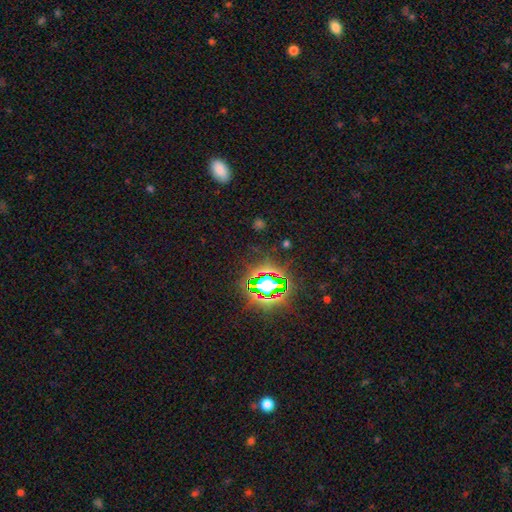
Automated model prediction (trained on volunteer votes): star or artifact 78%, smooth 14%, featured or disk 8%.